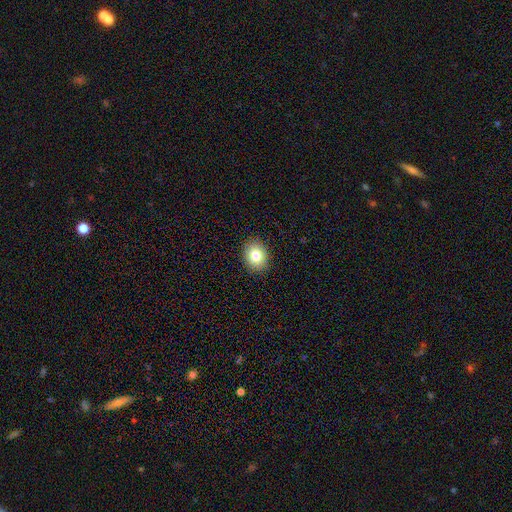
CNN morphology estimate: Q: Smooth or featured?
A: smooth (81%); runner-up: star or artifact (10%)
Q: How rounded?
A: round (50%); runner-up: in between (49%)
Q: Merging?
A: none (90%); runner-up: minor disturbance (7%)